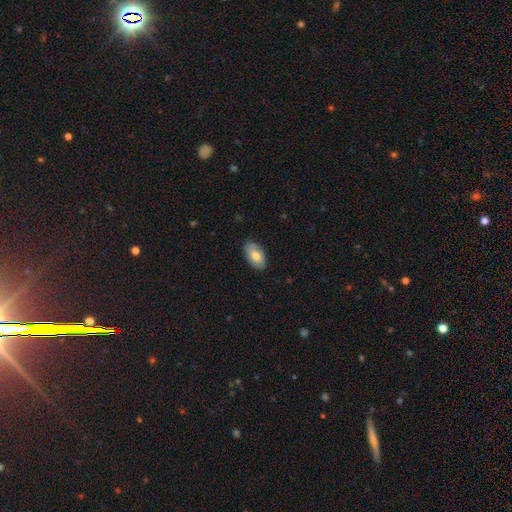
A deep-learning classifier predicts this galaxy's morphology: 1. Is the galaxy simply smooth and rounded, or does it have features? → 77% smooth, 17% featured or disk, 6% star or artifact.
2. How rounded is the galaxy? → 94% in between, 4% round, 2% cigar-shaped.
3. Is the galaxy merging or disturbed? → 83% none, 13% minor disturbance, 2% major disturbance, 1% merger.